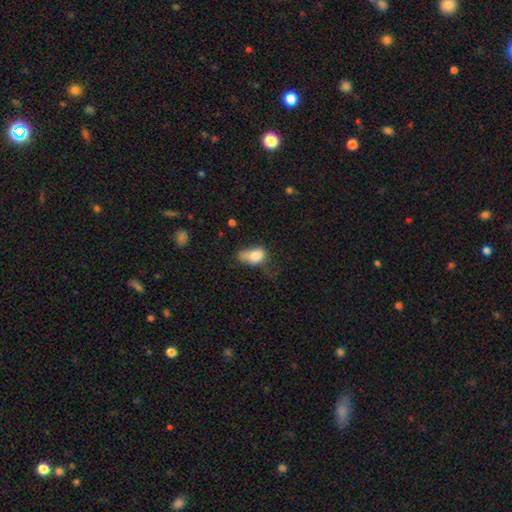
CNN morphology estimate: Smooth or featured: smooth — 77% (featured or disk — 14%)
How rounded: in between — 82% (round — 15%)
Merging: minor disturbance — 37% (major disturbance — 34%)